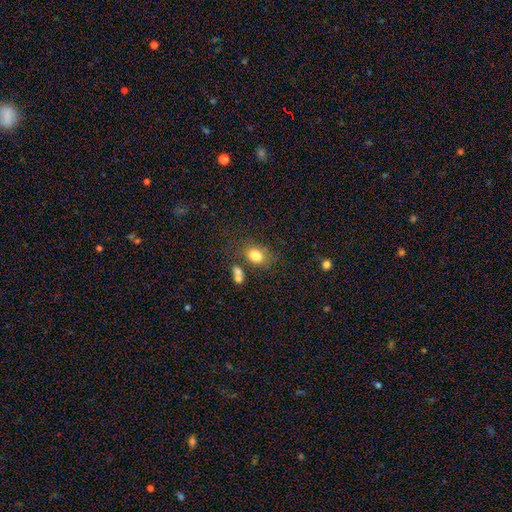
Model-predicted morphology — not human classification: Smooth or featured?
  - smooth: 80% *
  - star or artifact: 10%
  - featured or disk: 9%
How rounded?
  - in between: 65% *
  - round: 33%
  - cigar-shaped: 1%
Merging?
  - none: 60% *
  - minor disturbance: 17%
  - merger: 15%
  - major disturbance: 8%